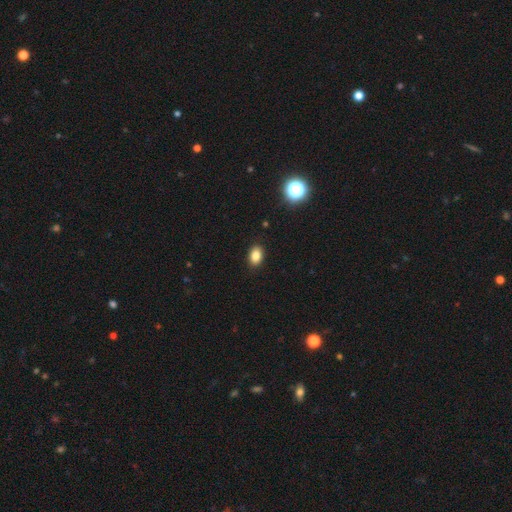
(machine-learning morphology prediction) smooth_or_featured: smooth (p=0.83) [alt: star or artifact p=0.11]
how_rounded: in between (p=0.83) [alt: round p=0.16]
merging: none (p=0.89) [alt: minor disturbance p=0.08]